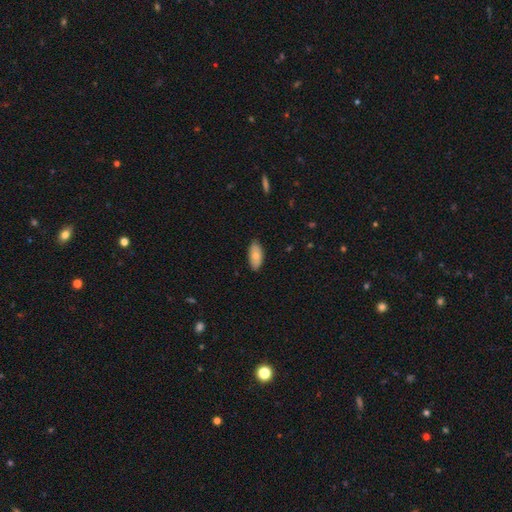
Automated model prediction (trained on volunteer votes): This appears to be a smooth galaxy with no disk features (76%) that is in between round and cigar-shaped (91%). Merging: none (84%).